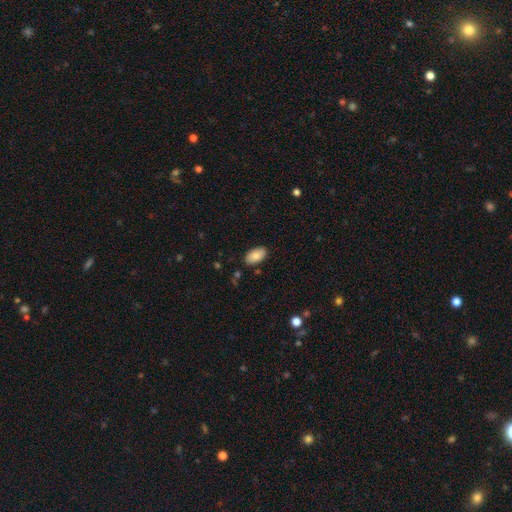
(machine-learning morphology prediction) smooth 86%, featured or disk 8%, star or artifact 7%. Down the decision tree: how rounded — in between (95%); merging — none (86%).